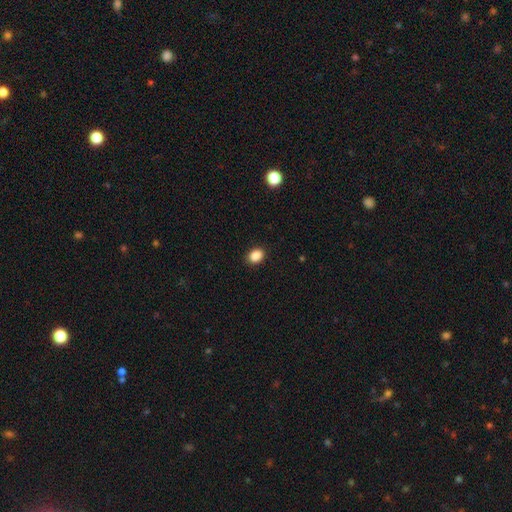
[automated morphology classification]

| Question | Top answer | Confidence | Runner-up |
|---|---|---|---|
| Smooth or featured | smooth | 88% | star or artifact (9%) |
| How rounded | in between | 64% | round (35%) |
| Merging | none | 90% | minor disturbance (7%) |